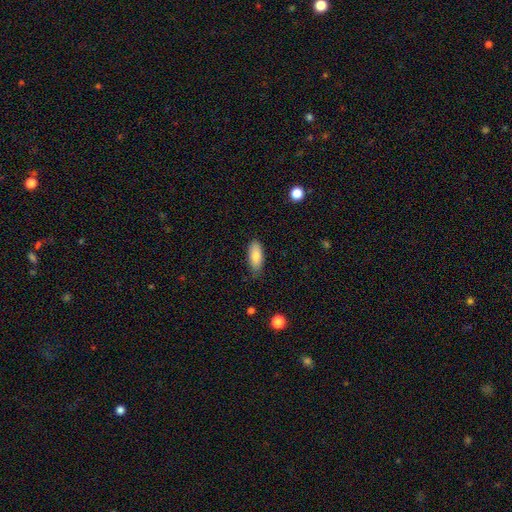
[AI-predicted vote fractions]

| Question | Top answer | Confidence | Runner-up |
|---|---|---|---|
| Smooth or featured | smooth | 86% | featured or disk (8%) |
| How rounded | in between | 80% | cigar-shaped (18%) |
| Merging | none | 78% | minor disturbance (18%) |